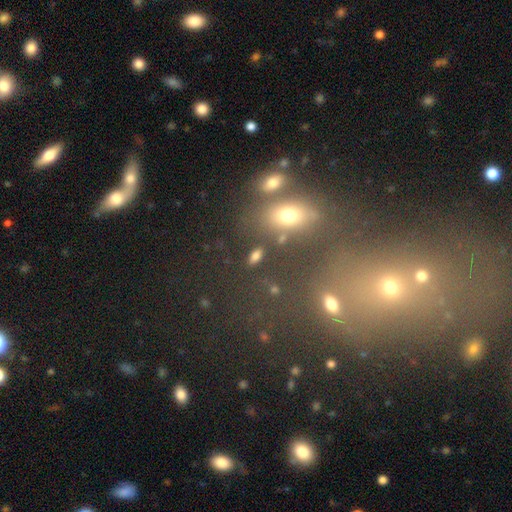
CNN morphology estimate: Smooth or featured?
  - smooth: 77% *
  - star or artifact: 14%
  - featured or disk: 9%
How rounded?
  - in between: 84% *
  - cigar-shaped: 8%
  - round: 8%
Merging?
  - none: 82% *
  - minor disturbance: 9%
  - merger: 5%
  - major disturbance: 4%